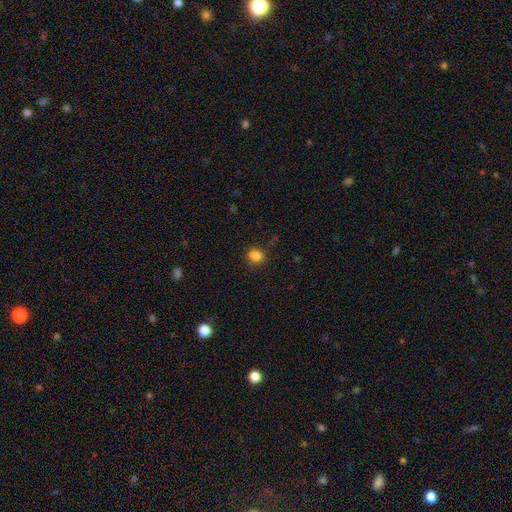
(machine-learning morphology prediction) A smooth galaxy with no disk features (85%) that is round (60%). Merging: none (82%).